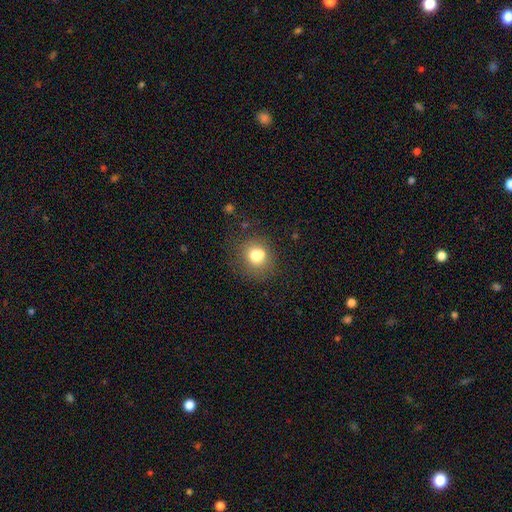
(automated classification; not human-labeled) Overall: smooth (74%). How rounded: round (72%). Merging: none (58%; merger 21%).